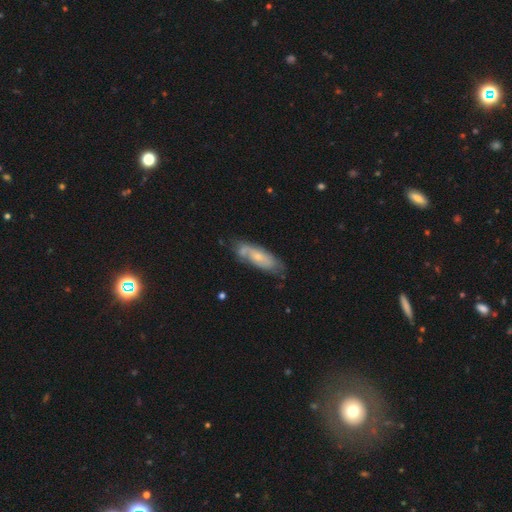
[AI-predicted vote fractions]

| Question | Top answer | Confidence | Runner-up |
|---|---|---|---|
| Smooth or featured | featured or disk | 52% | smooth (41%) |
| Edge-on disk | no | 78% | yes (22%) |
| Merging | none | 59% | minor disturbance (27%) |